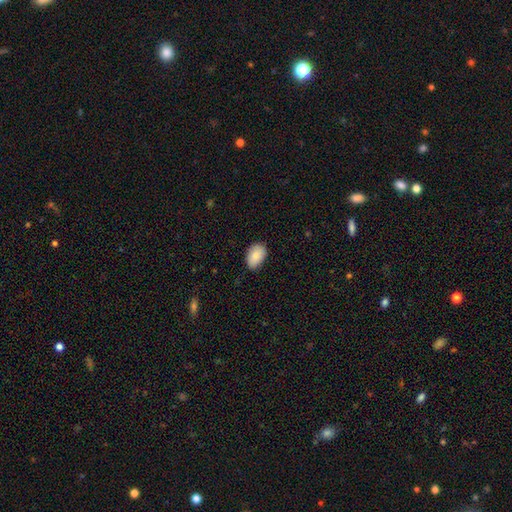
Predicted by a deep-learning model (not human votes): smooth-or-featured: smooth: 85% | featured or disk: 8% | star or artifact: 7%
  how-rounded: in between: 88% | round: 11% | cigar-shaped: 1%
  merging: none: 81% | minor disturbance: 15% | major disturbance: 2% | merger: 1%